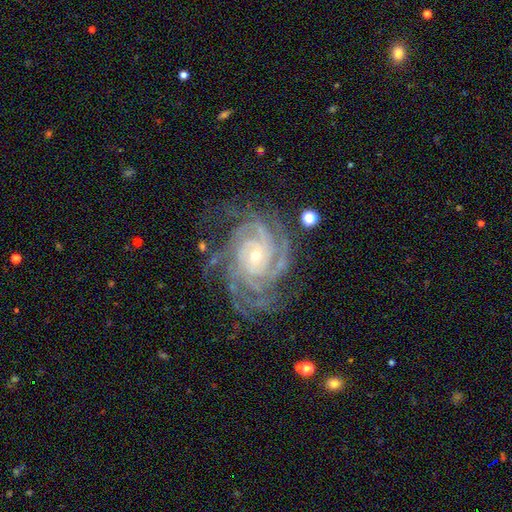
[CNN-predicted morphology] featured or disk 92%, star or artifact 5%, smooth 3%. Down the decision tree: edge-on disk — no (97%); bar — no (68%); spiral arms — yes (98%); spiral arm count — 4 (31%); spiral winding — tight (75%); bulge size — small (68%); merging — none (70%).